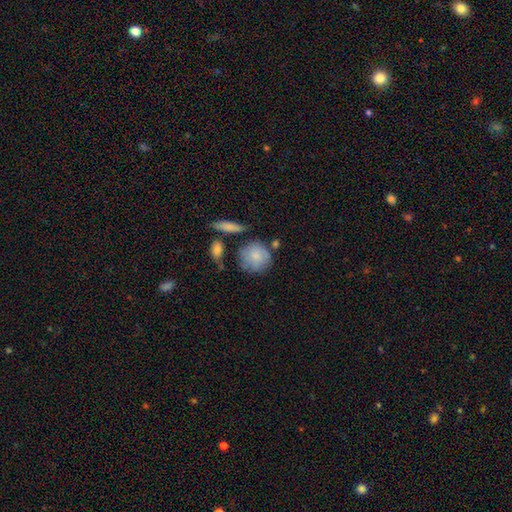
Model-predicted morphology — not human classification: This is likely a smooth galaxy (78%). How rounded: clearly round (84%). Merging: possibly none (59%).